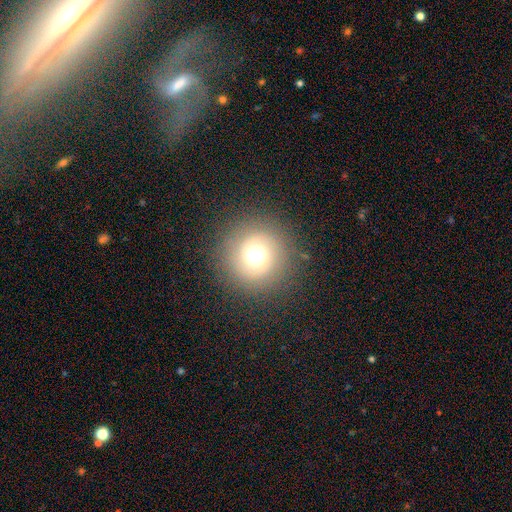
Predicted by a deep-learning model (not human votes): This is likely a smooth galaxy (62%). How rounded: clearly round (96%). Merging: clearly none (86%).